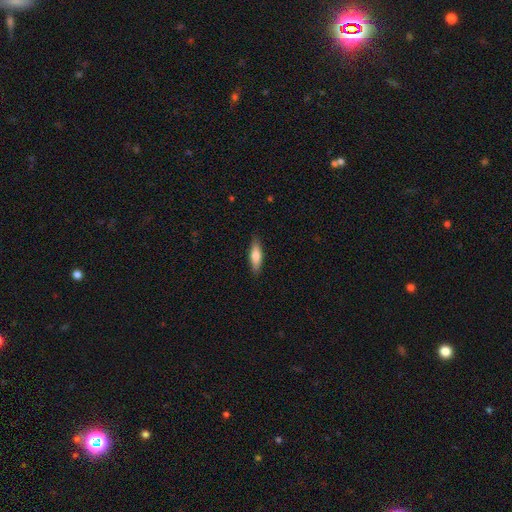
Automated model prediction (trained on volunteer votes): Overall: smooth (72%). How rounded: cigar-shaped (54%; in between 44%). Merging: none (86%).